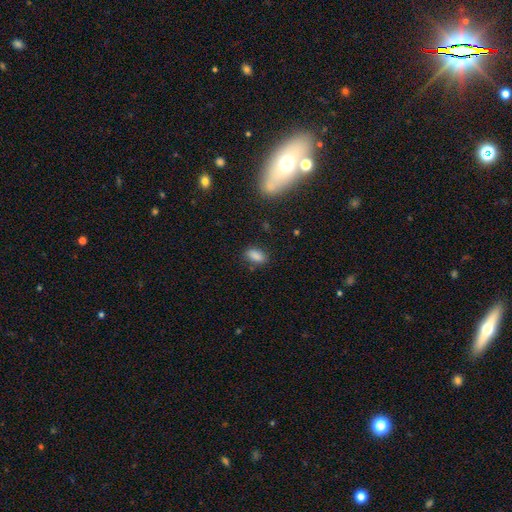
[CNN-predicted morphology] Smooth or featured? smooth (85%)
How rounded? in between (89%)
Merging? none (82%)